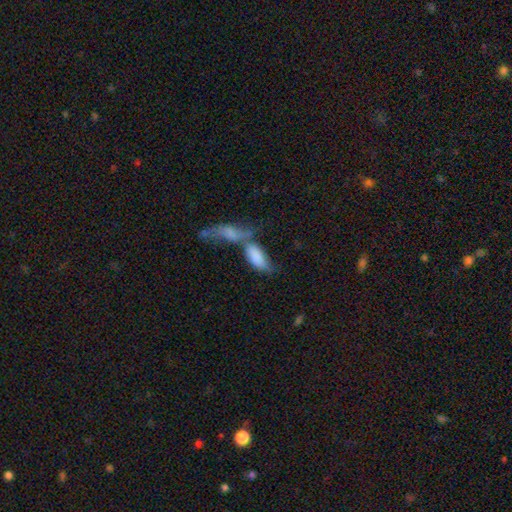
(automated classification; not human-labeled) Morphology: type=smooth (73%); roundness=in between (81%); merging=merger (61%).